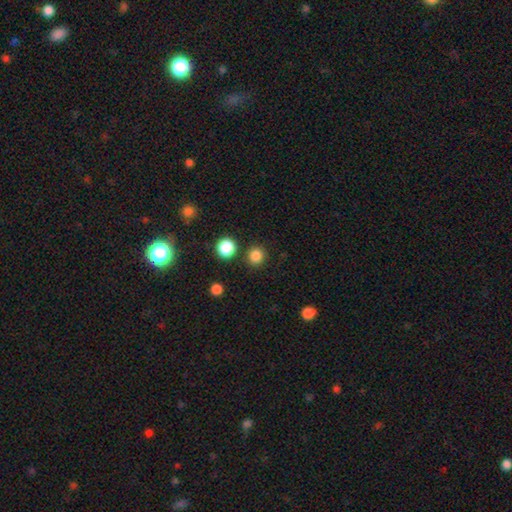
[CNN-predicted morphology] Smooth or featured: smooth — 84% (star or artifact — 12%)
How rounded: round — 89% (in between — 10%)
Merging: none — 86% (minor disturbance — 6%)